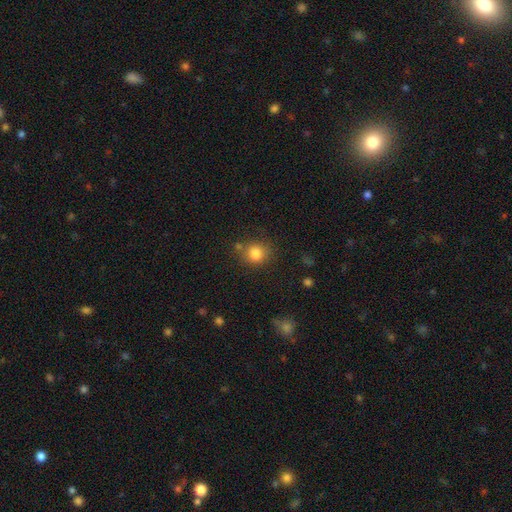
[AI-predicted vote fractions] Overall: smooth (82%). How rounded: round (77%). Merging: none (72%).